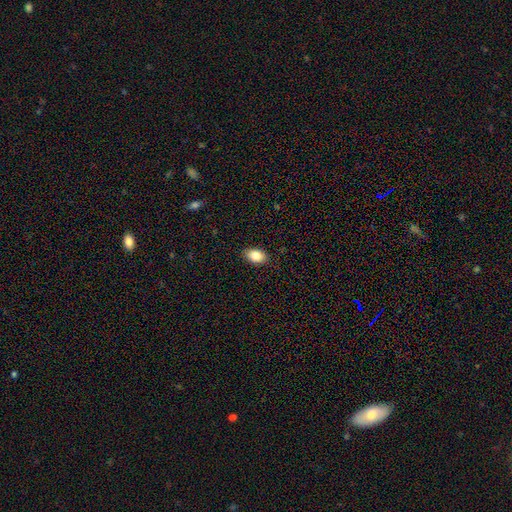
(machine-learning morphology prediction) The model was most divided on "smooth or featured": smooth: 86%, star or artifact: 8%, featured or disk: 6%. More confident: how rounded — in between (89%); merging — none (88%).